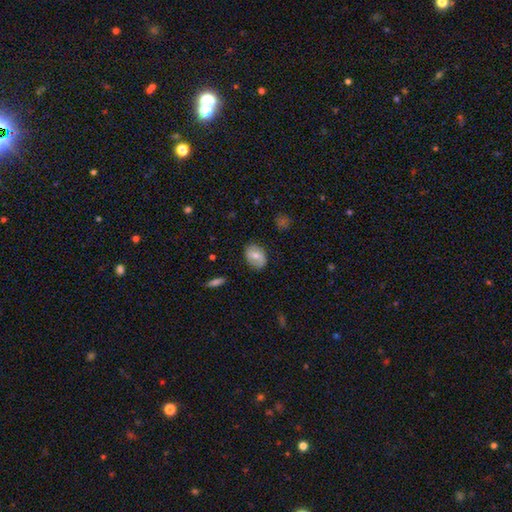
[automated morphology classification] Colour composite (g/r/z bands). It shows a smooth galaxy with no disk features (59%) that is in between round and cigar-shaped (70%). Merging: none (82%).